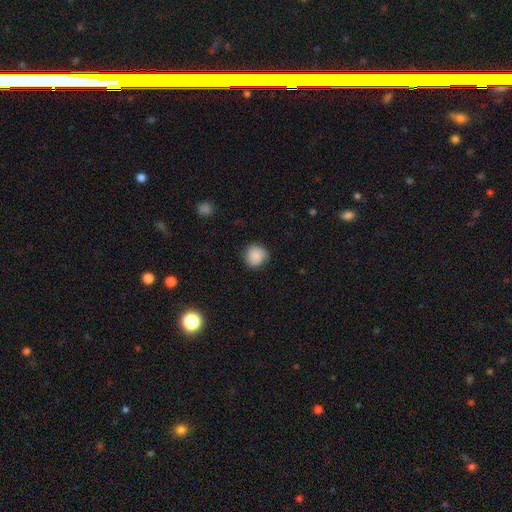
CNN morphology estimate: Overall: smooth (86%). How rounded: round (90%). Merging: none (79%).